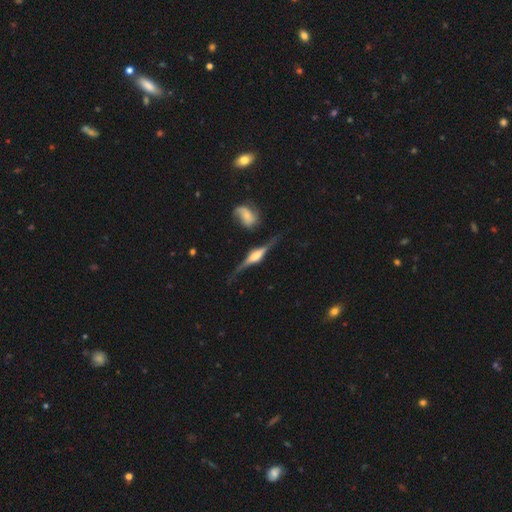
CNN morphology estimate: type=featured or disk (86%); edge-on=yes (95%); edge-on bulge=rounded (71%); merging=none (68%).